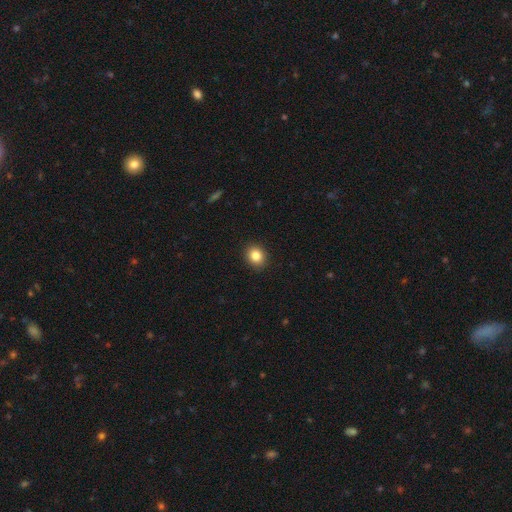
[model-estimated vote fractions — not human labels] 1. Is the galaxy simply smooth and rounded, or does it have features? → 84% smooth, 10% star or artifact, 6% featured or disk.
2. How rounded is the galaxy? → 71% round, 28% in between, 1% cigar-shaped.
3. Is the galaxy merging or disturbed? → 91% none, 6% minor disturbance, 2% major disturbance, 1% merger.